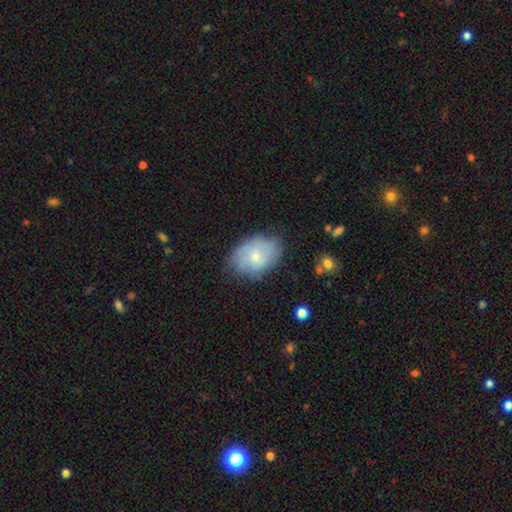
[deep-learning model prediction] A smooth galaxy with no disk features (49%).

Vote fractions:
- Smooth or featured? smooth: 49% / featured or disk: 43% / star or artifact: 7%
- Merging? none: 66% / minor disturbance: 26% / major disturbance: 7% / merger: 2%